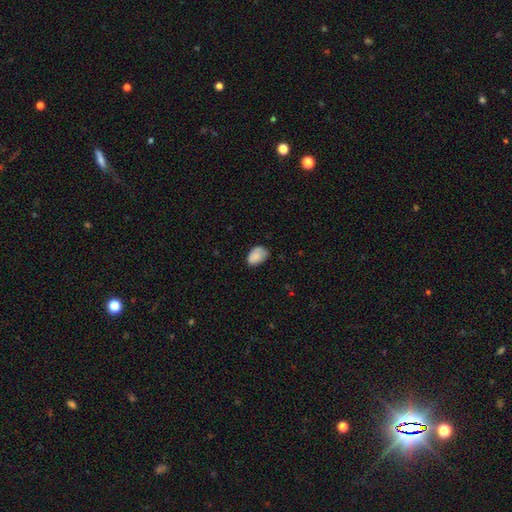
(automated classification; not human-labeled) This appears to be a smooth galaxy with no disk features (86%) that is in between round and cigar-shaped (86%). Merging: none (66%).